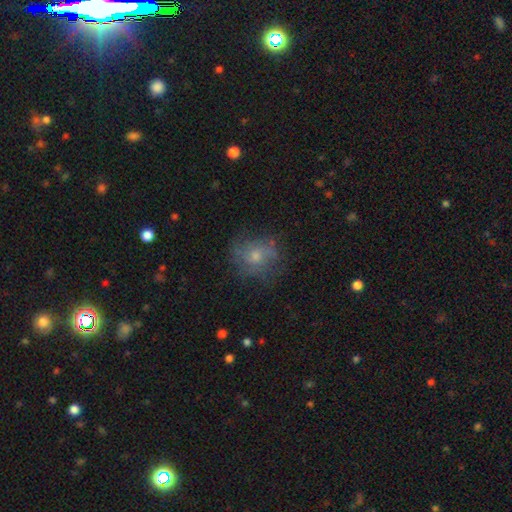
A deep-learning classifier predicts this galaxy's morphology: smooth-or-featured: smooth: 47% | featured or disk: 38% | star or artifact: 15%
  merging: none: 67% | minor disturbance: 20% | major disturbance: 12% | merger: 2%